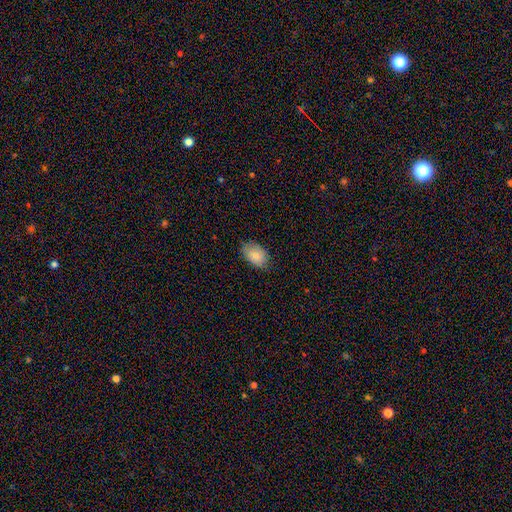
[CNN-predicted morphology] smooth 85%, featured or disk 9%, star or artifact 7%. Down the decision tree: how rounded — in between (88%); merging — none (78%).